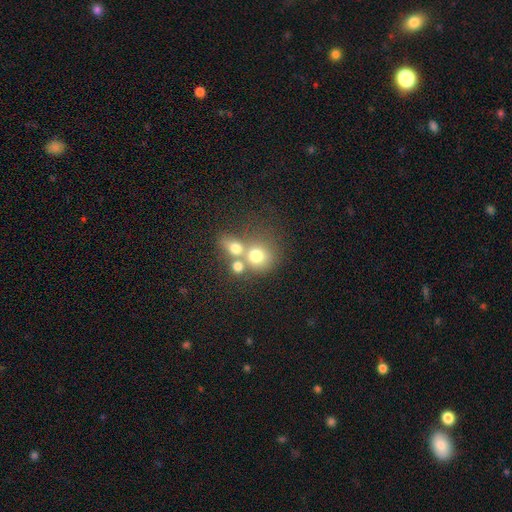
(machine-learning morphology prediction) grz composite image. It shows a smooth galaxy with no disk features (69%) that is round (80%). Merging: merger (49%).